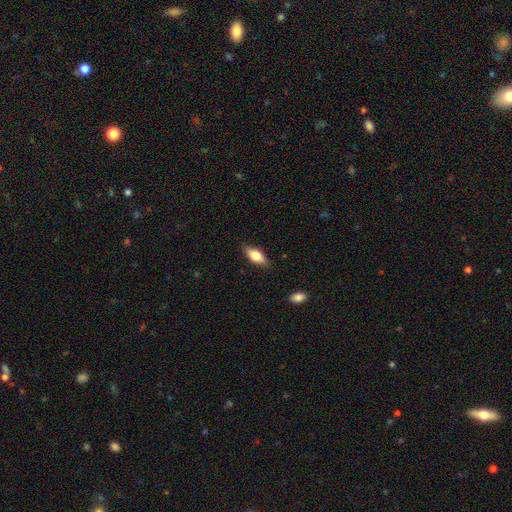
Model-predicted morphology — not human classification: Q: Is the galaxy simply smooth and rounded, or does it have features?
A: smooth — 72%.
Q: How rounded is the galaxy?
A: in between — 82%.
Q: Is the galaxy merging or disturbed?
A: none — 83%.